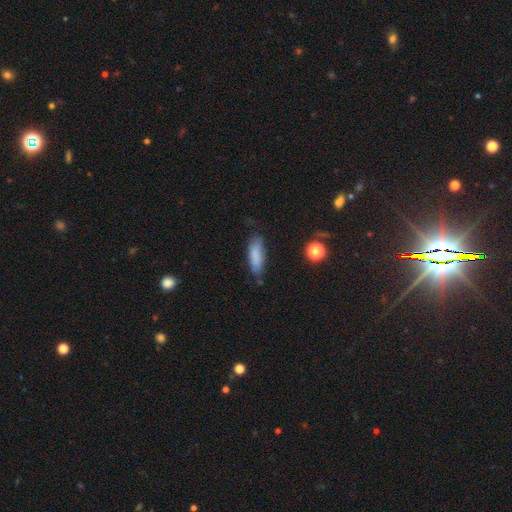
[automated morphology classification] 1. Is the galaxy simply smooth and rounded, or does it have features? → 82% smooth, 10% featured or disk, 8% star or artifact.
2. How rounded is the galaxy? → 61% in between, 37% cigar-shaped, 2% round.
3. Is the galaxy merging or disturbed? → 69% none, 23% minor disturbance, 5% major disturbance, 3% merger.